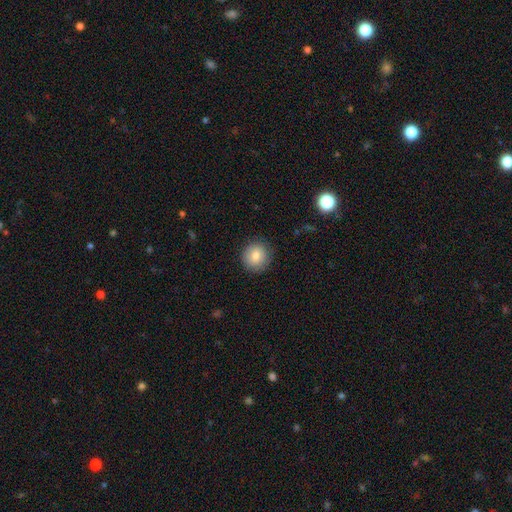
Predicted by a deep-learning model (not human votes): This is clearly a smooth galaxy (80%). How rounded: clearly round (90%). Merging: clearly none (88%).